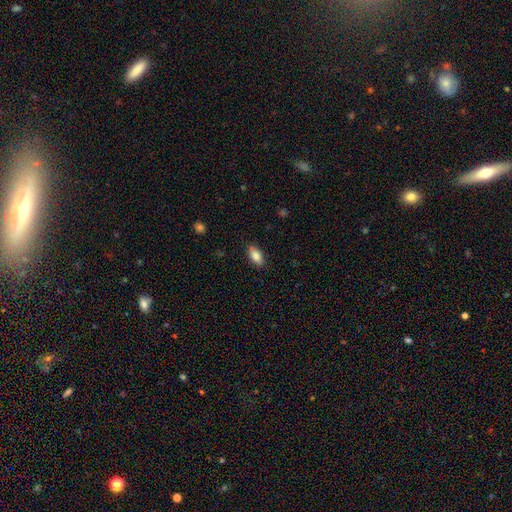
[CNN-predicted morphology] type=smooth (86%); roundness=in between (90%); merging=none (85%).